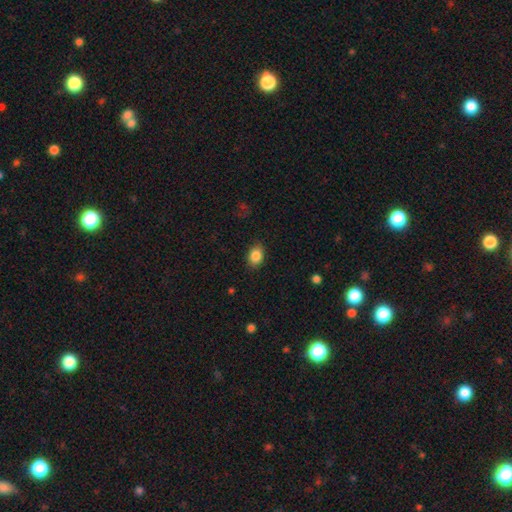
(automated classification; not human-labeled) Smooth or featured? smooth (86%)
How rounded? in between (68%)
Merging? none (85%)